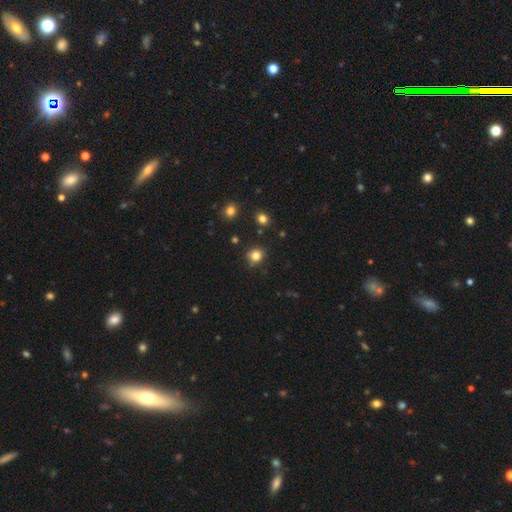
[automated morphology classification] Smooth or featured: smooth — 81% (star or artifact — 13%)
How rounded: round — 76% (in between — 23%)
Merging: none — 82% (minor disturbance — 13%)